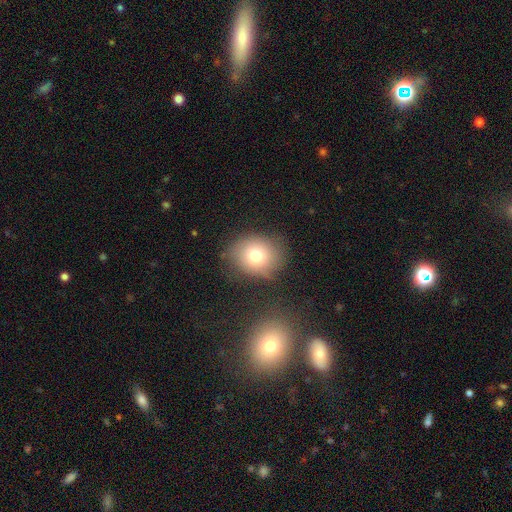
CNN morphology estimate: Q: Smooth or featured?
A: smooth (75%); runner-up: featured or disk (13%)
Q: How rounded?
A: round (66%); runner-up: in between (33%)
Q: Merging?
A: none (76%); runner-up: minor disturbance (15%)